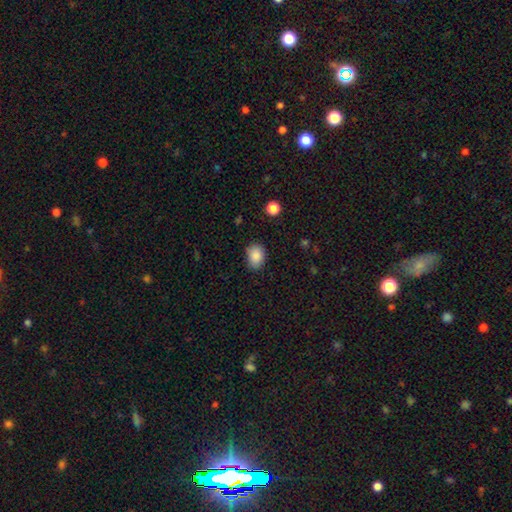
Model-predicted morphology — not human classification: This is clearly a smooth galaxy (87%). How rounded: likely in between (69%). Merging: likely none (79%).